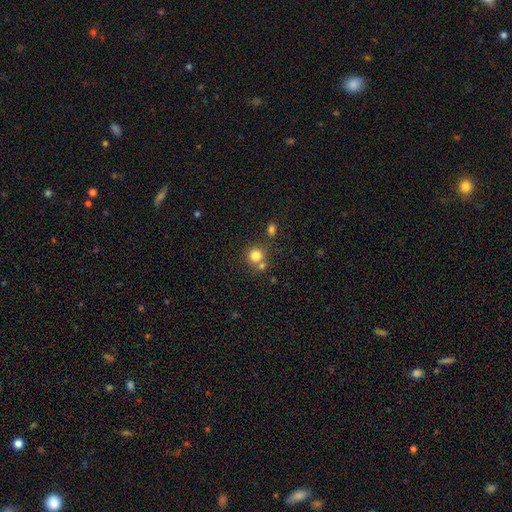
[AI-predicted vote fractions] This appears to be a smooth galaxy with no disk features (80%) that is round (90%). Merging: none (64%).